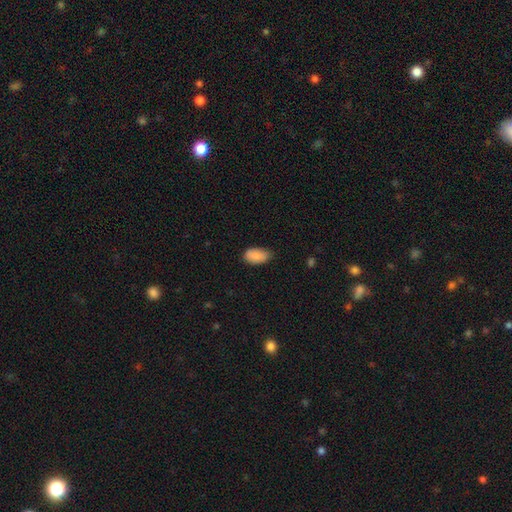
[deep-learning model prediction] Morphology: type=smooth (88%); roundness=in between (94%); merging=none (68%).